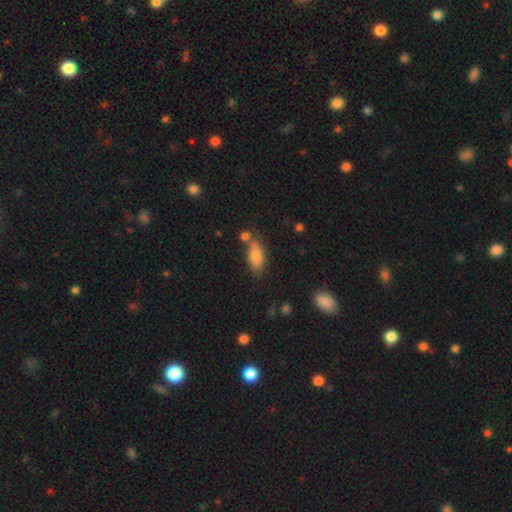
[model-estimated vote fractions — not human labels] Smooth or featured? smooth (84%)
How rounded? in between (81%)
Merging? none (65%)